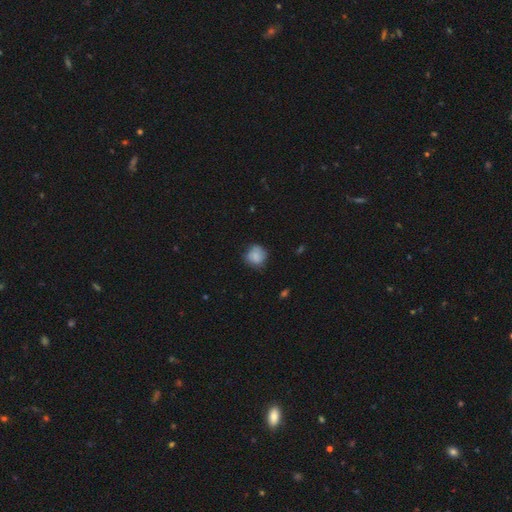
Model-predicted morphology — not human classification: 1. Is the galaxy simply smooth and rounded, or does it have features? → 82% smooth, 10% featured or disk, 8% star or artifact.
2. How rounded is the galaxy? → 85% round, 14% in between, 1% cigar-shaped.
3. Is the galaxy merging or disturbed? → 69% none, 24% minor disturbance, 5% major disturbance, 2% merger.